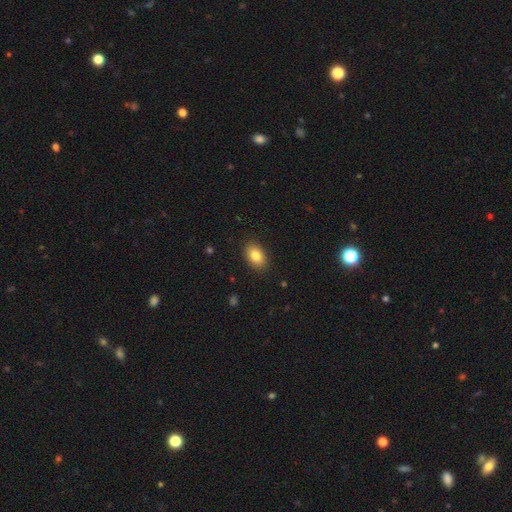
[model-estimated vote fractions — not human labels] Q: Smooth or featured?
A: smooth (84%); runner-up: star or artifact (8%)
Q: How rounded?
A: in between (88%); runner-up: round (11%)
Q: Merging?
A: none (88%); runner-up: minor disturbance (8%)